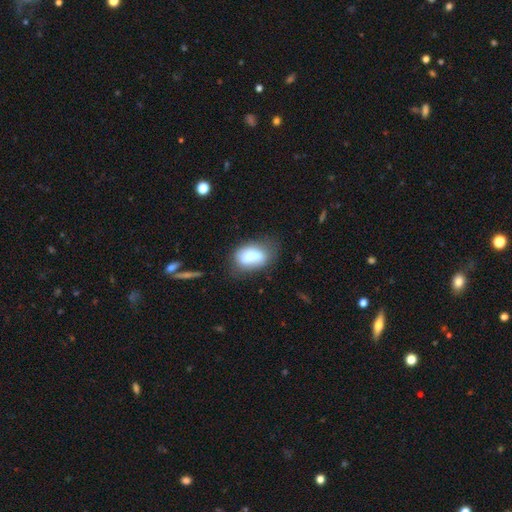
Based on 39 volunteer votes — Overall: smooth (72%). How rounded: in between (93%). Merging: none (42%; minor disturbance 24%).